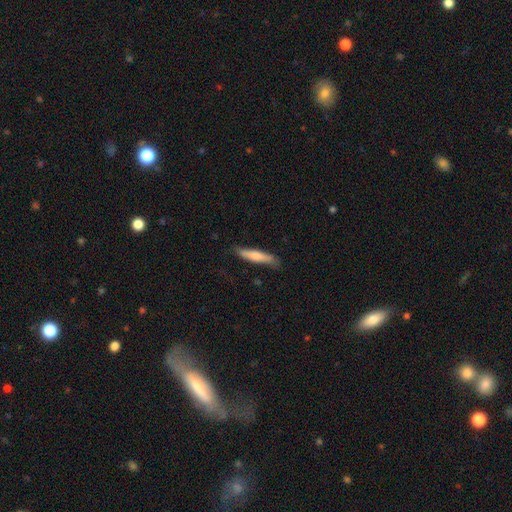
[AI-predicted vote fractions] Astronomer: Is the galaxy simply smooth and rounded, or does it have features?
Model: smooth — 71%.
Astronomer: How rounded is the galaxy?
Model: cigar-shaped — 90%.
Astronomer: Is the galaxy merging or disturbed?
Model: none — 80%.